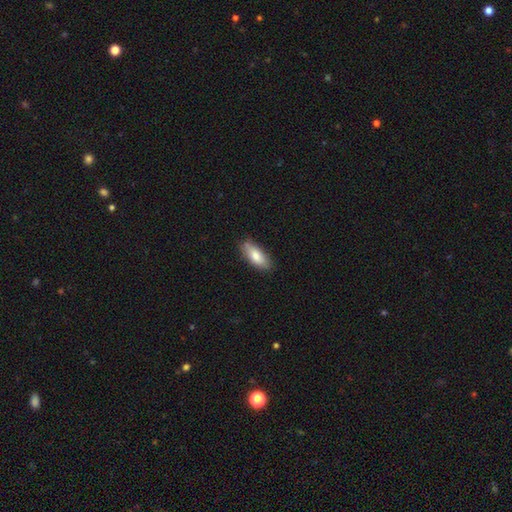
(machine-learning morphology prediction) A smooth galaxy with no disk features (79%) that is in between round and cigar-shaped (79%).

Vote fractions:
- Smooth or featured? smooth: 79% / featured or disk: 15% / star or artifact: 6%
- How rounded? in between: 79% / cigar-shaped: 19% / round: 2%
- Merging? none: 80% / minor disturbance: 16% / major disturbance: 3% / merger: 1%